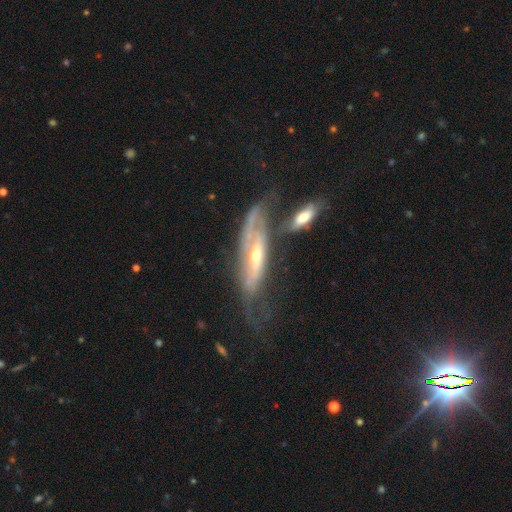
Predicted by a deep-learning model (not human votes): A featured or disk galaxy (79%) with no bar (53%), spiral arms (79%) and a small central bulge (48%, tied with moderate). Merging: none (37%).